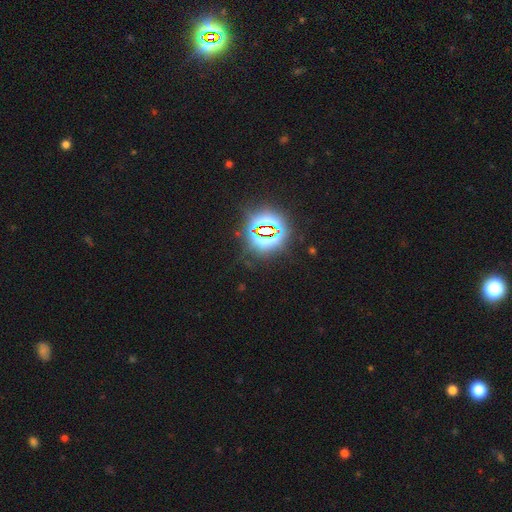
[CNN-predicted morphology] Smooth or featured: star or artifact — 82% (smooth — 13%)